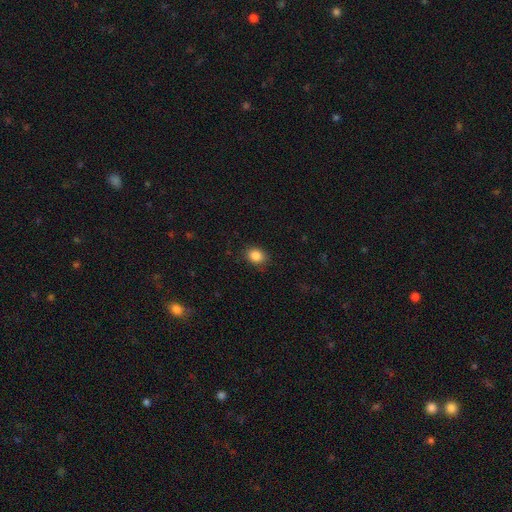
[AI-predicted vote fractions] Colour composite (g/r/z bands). It shows a smooth galaxy with no disk features (86%) that is in between round and cigar-shaped (52%). Merging: none (84%).